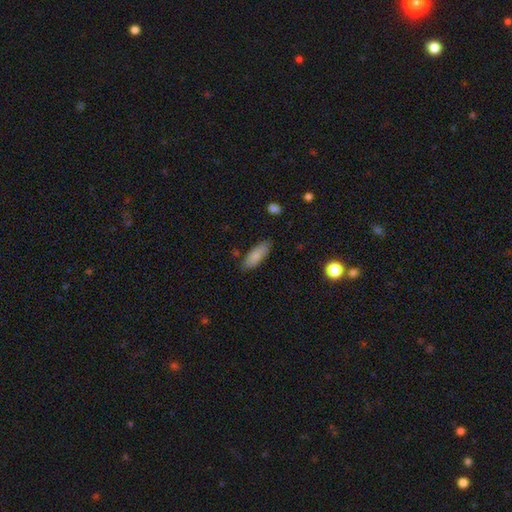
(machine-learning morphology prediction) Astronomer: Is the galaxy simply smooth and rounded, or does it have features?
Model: smooth — 82%.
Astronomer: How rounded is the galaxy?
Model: in between — 67%.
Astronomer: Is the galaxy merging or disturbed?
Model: none — 80%.